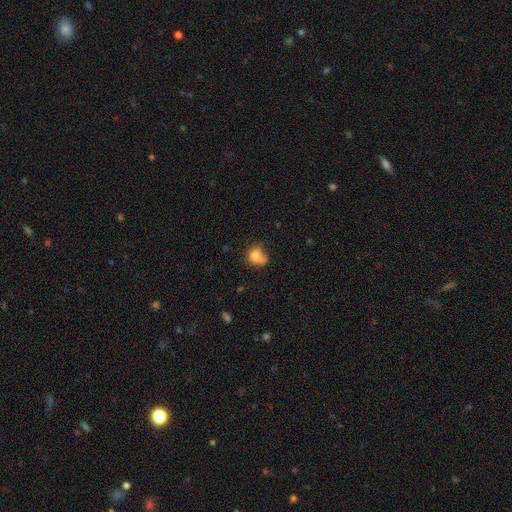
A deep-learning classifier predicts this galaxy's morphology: smooth-or-featured: smooth: 78% | featured or disk: 11% | star or artifact: 11%
  how-rounded: round: 63% | in between: 36% | cigar-shaped: 1%
  merging: none: 40% | minor disturbance: 29% | merger: 16% | major disturbance: 15%